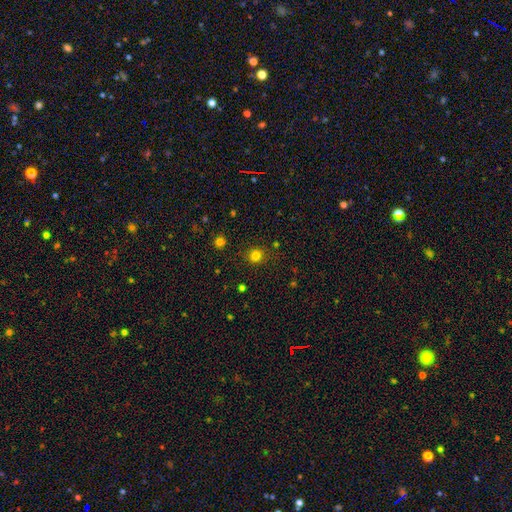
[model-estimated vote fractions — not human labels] Smooth or featured? smooth (79%)
How rounded? round (84%)
Merging? none (86%)